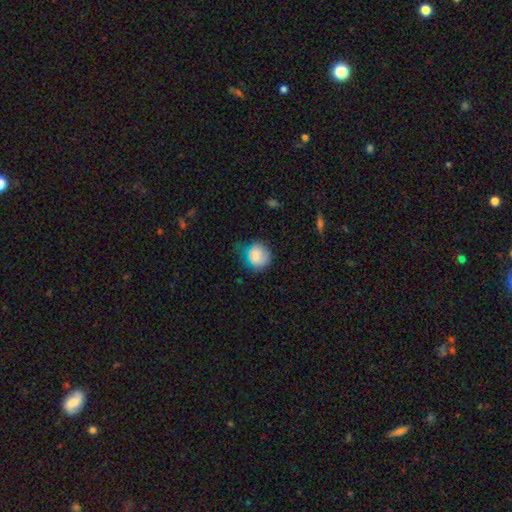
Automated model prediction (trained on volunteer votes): Overall: smooth (79%). How rounded: round (77%). Merging: none (54%; minor disturbance 31%).